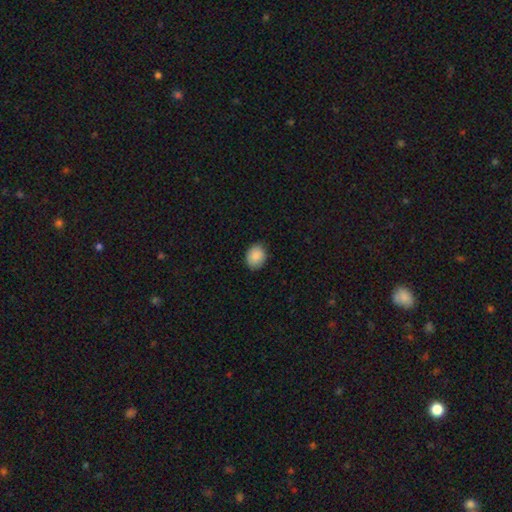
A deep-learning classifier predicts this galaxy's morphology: A smooth galaxy with no disk features (89%) that is in between round and cigar-shaped (51%).

Vote fractions:
- Smooth or featured? smooth: 89% / star or artifact: 7% / featured or disk: 4%
- How rounded? in between: 51% / round: 49% / cigar-shaped: 1%
- Merging? none: 85% / minor disturbance: 12% / major disturbance: 2% / merger: 1%